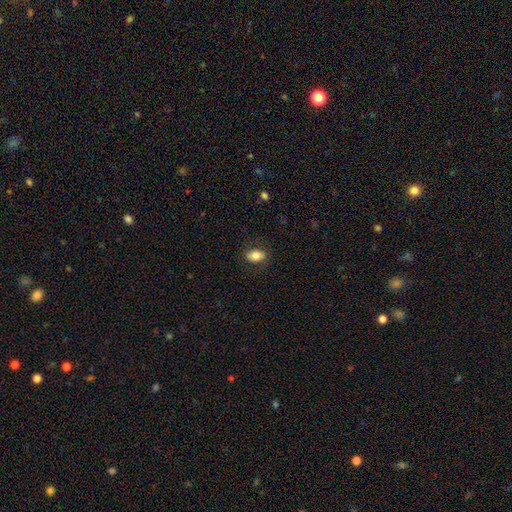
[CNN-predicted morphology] This is likely a smooth galaxy (79%). How rounded: clearly in between (84%). Merging: clearly none (84%).